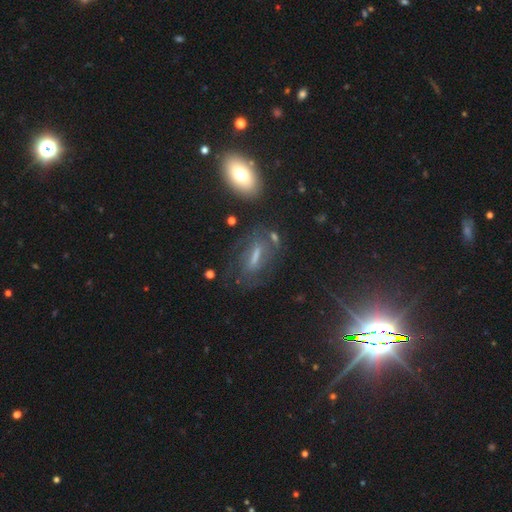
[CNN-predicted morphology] Overall: featured or disk (47%; smooth 33%). Merging: none (59%; minor disturbance 20%).